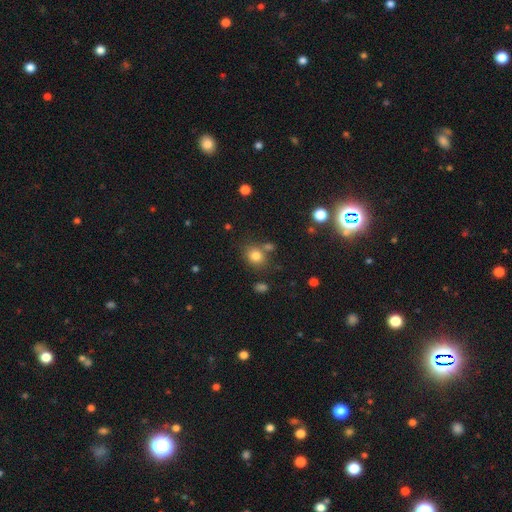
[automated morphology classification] Smooth or featured?
  - smooth: 80% *
  - star or artifact: 13%
  - featured or disk: 7%
How rounded?
  - round: 66% *
  - in between: 33%
  - cigar-shaped: 1%
Merging?
  - none: 69% *
  - merger: 13%
  - minor disturbance: 13%
  - major disturbance: 5%